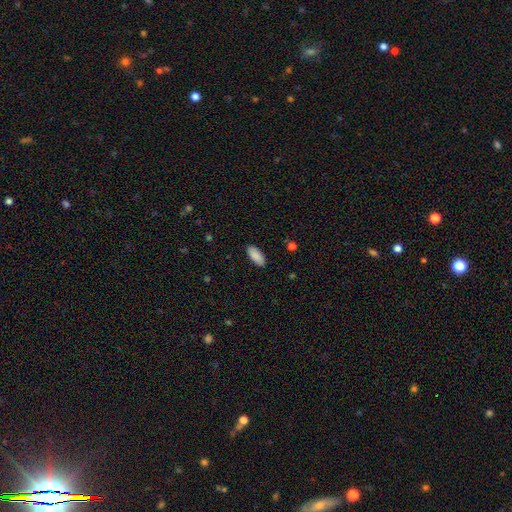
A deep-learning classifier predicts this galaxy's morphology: Smooth or featured? smooth (90%)
How rounded? in between (89%)
Merging? none (90%)